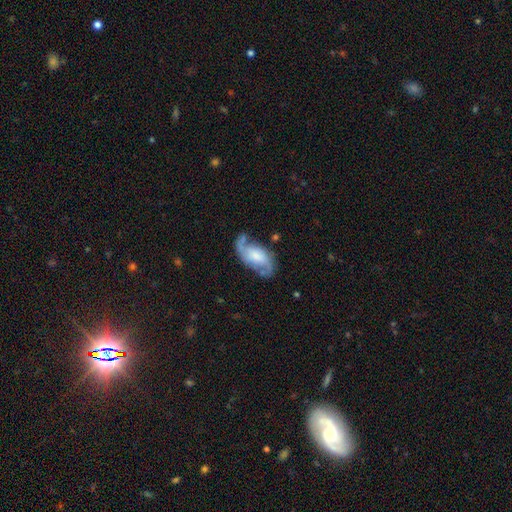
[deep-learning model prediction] Smooth or featured? Predicted: featured or disk (p=0.80). Edge-on disk? Predicted: no (p=0.96). Bar? Predicted: no (p=0.48). Spiral arms? Predicted: yes (p=0.94). Spiral winding? Predicted: loose (p=0.48). Spiral arm count? Predicted: 2 (p=0.89). Bulge size? Predicted: moderate (p=0.31). Merging? Predicted: none (p=0.65).